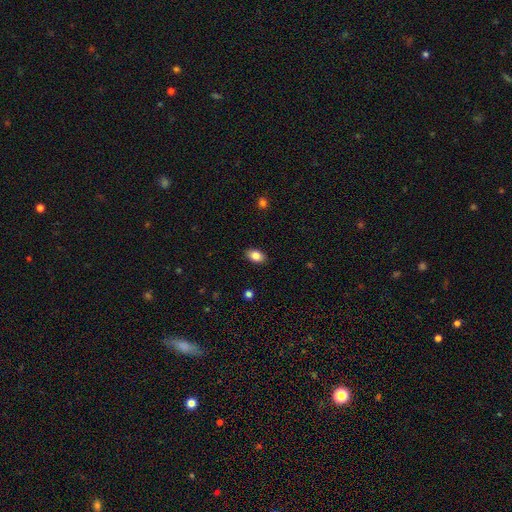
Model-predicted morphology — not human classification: Q: Smooth or featured?
A: smooth (86%); runner-up: star or artifact (8%)
Q: How rounded?
A: in between (88%); runner-up: round (10%)
Q: Merging?
A: none (88%); runner-up: minor disturbance (9%)